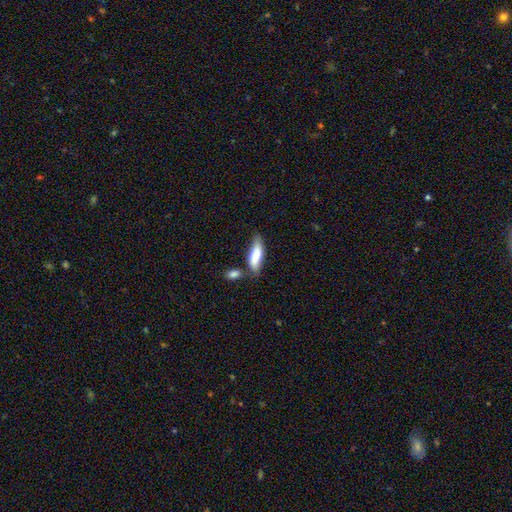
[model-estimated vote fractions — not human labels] A smooth galaxy with no disk features (70%) that is in between round and cigar-shaped (55%).

Vote fractions:
- Smooth or featured? smooth: 70% / featured or disk: 24% / star or artifact: 6%
- How rounded? in between: 55% / cigar-shaped: 42% / round: 2%
- Merging? none: 61% / minor disturbance: 20% / merger: 14% / major disturbance: 5%